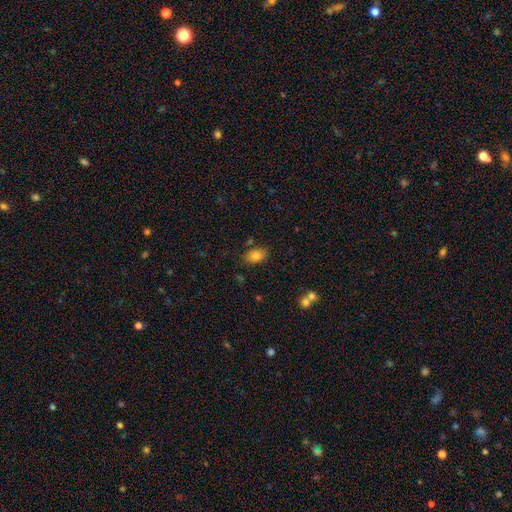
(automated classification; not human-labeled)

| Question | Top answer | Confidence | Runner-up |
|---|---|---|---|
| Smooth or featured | smooth | 83% | star or artifact (9%) |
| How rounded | in between | 86% | round (12%) |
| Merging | none | 80% | minor disturbance (12%) |